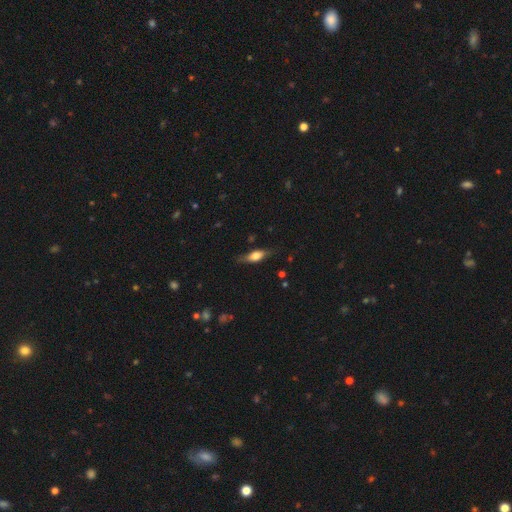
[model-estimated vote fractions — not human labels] Smooth or featured? smooth (55%)
How rounded? in between (60%)
Merging? none (75%)